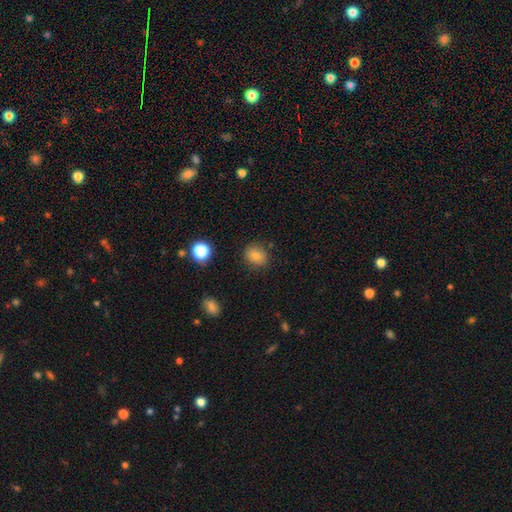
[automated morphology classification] smooth-or-featured: smooth: 79% | star or artifact: 12% | featured or disk: 9%
  how-rounded: round: 56% | in between: 43% | cigar-shaped: 1%
  merging: none: 84% | minor disturbance: 11% | major disturbance: 3% | merger: 2%